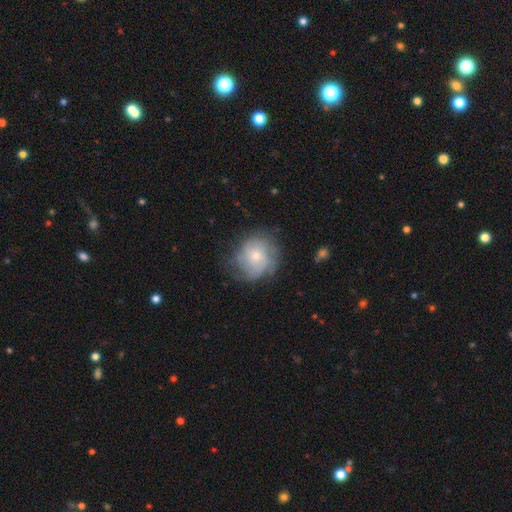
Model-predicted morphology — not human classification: type=featured or disk (46%); merging=none (61%).